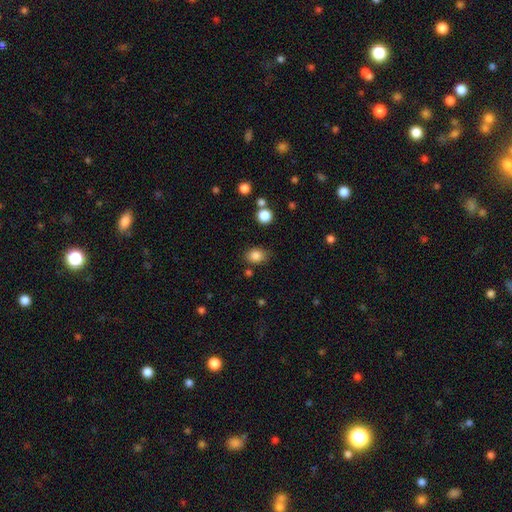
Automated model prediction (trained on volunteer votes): Overall: smooth (84%). How rounded: in between (59%; round 39%). Merging: none (80%).